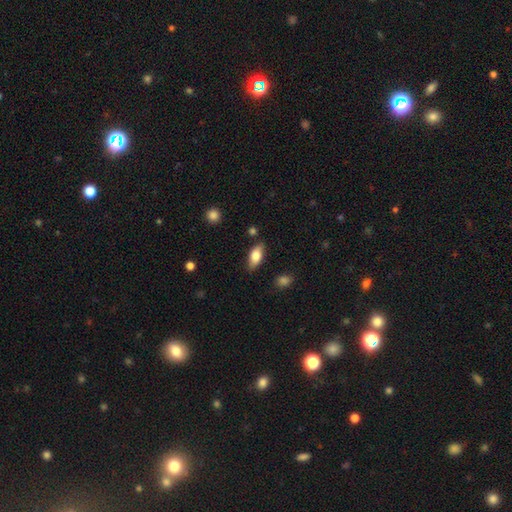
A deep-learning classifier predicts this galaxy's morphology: Overall: smooth (75%). How rounded: in between (85%). Merging: none (82%).